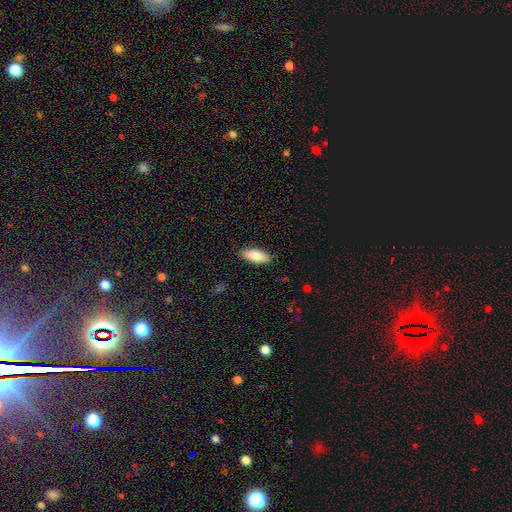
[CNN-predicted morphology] This is clearly a smooth galaxy (84%). How rounded: clearly in between (82%). Merging: clearly none (87%).